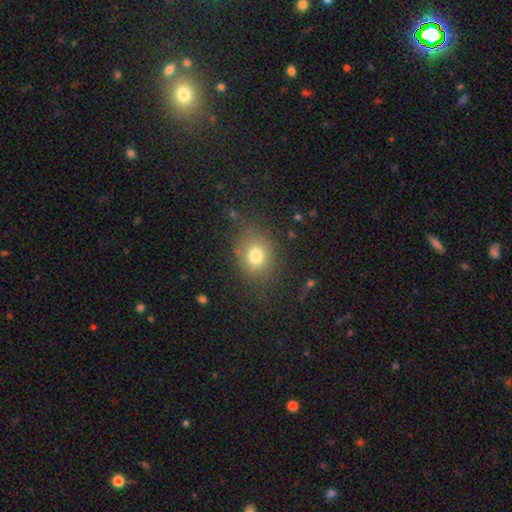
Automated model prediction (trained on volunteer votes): A smooth galaxy with no disk features (76%) that is round (53%).

Vote fractions:
- Smooth or featured? smooth: 76% / star or artifact: 13% / featured or disk: 11%
- How rounded? round: 53% / in between: 45% / cigar-shaped: 1%
- Merging? none: 72% / minor disturbance: 17% / major disturbance: 8% / merger: 2%